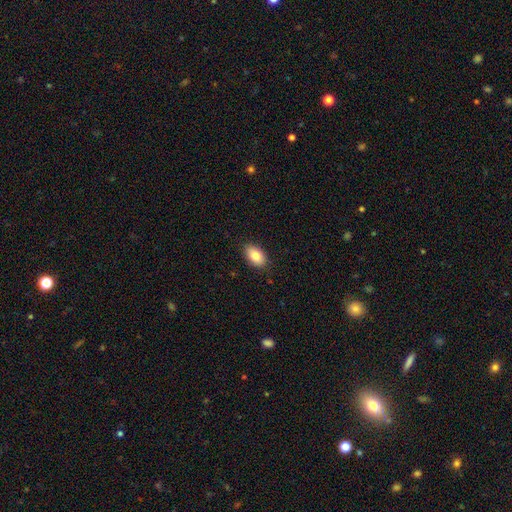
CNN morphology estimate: This appears to be a smooth galaxy with no disk features (83%) that is in between round and cigar-shaped (90%). Merging: none (88%).